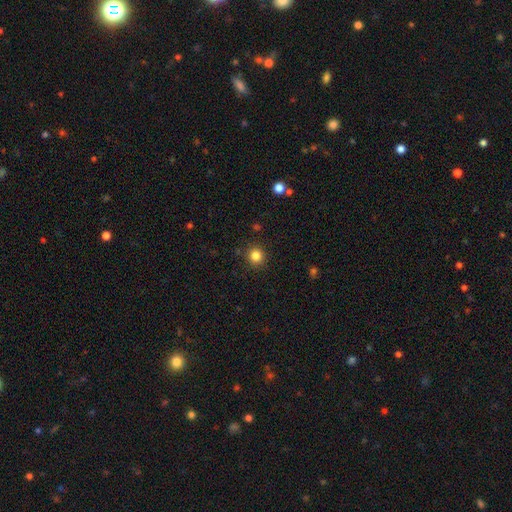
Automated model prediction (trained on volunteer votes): The model was most divided on "smooth or featured": smooth: 83%, star or artifact: 12%, featured or disk: 4%. More confident: how rounded — round (92%); merging — none (90%).